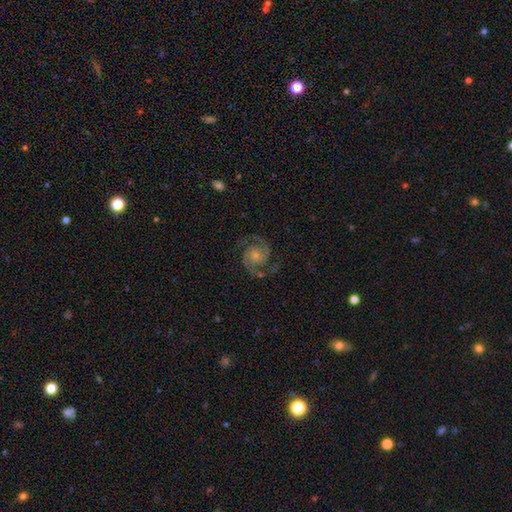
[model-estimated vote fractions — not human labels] smooth_or_featured: featured or disk (p=0.93) [alt: star or artifact p=0.04]
disk_edge_on: no (p=0.98) [alt: yes p=0.02]
bar: no (p=0.71) [alt: weak p=0.23]
has_spiral_arms: yes (p=0.99) [alt: no p=0.01]
spiral_winding: medium (p=0.56) [alt: tight p=0.33]
spiral_arm_count: 2 (p=0.94) [alt: 3 p=0.02]
bulge_size: small (p=0.62) [alt: moderate p=0.28]
merging: none (p=0.82) [alt: minor disturbance p=0.11]